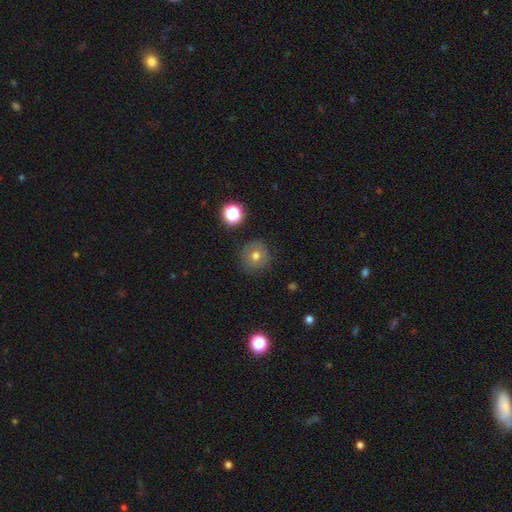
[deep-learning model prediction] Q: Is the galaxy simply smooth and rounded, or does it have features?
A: smooth — 67%.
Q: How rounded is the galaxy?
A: round — 93%.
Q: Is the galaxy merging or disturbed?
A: none — 86%.